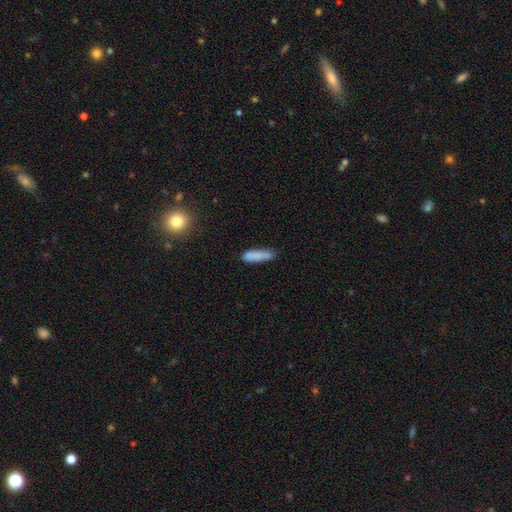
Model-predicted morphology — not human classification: Smooth or featured? Predicted: smooth (p=0.85). How rounded? Predicted: cigar-shaped (p=0.71). Merging? Predicted: none (p=0.77).